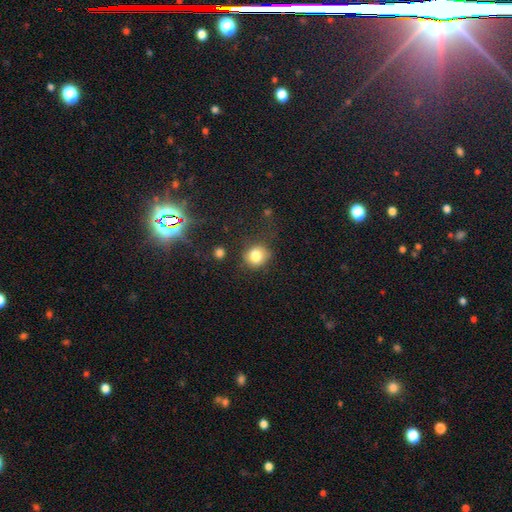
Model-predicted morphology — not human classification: This is clearly a smooth galaxy (81%). How rounded: clearly round (80%). Merging: likely none (74%).